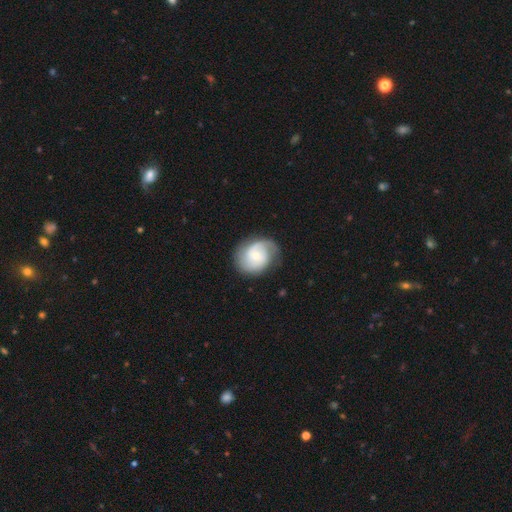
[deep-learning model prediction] Q: Smooth or featured?
A: featured or disk (70%); runner-up: smooth (24%)
Q: Edge-on disk?
A: no (98%); runner-up: yes (2%)
Q: Bar?
A: no (58%); runner-up: weak (36%)
Q: Spiral arms?
A: yes (93%); runner-up: no (7%)
Q: Spiral winding?
A: medium (44%); runner-up: tight (35%)
Q: Spiral arm count?
A: 2 (66%); runner-up: can't tell (13%)
Q: Bulge size?
A: small (58%); runner-up: moderate (35%)
Q: Merging?
A: none (71%); runner-up: minor disturbance (19%)